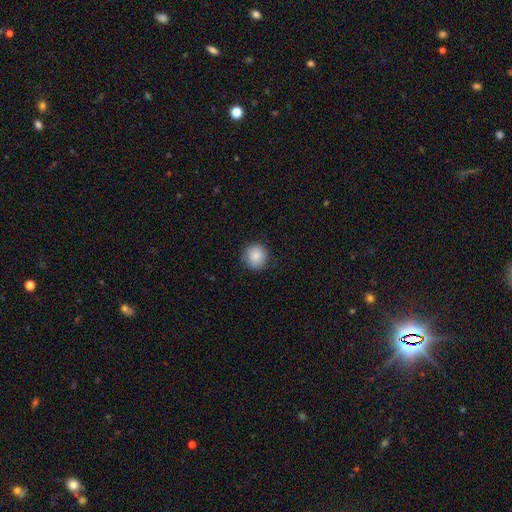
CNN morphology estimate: The model was most divided on "merging": none: 86%, minor disturbance: 10%, major disturbance: 3%, merger: 1%. More confident: how rounded — round (91%); smooth or featured — smooth (87%).